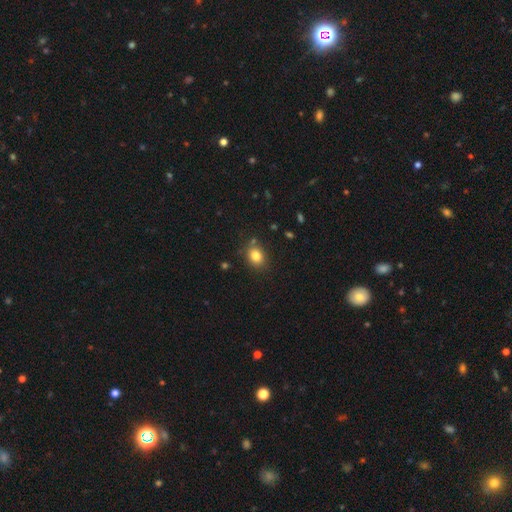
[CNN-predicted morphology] Smooth or featured? Predicted: smooth (p=0.82). How rounded? Predicted: round (p=0.52). Merging? Predicted: none (p=0.80).